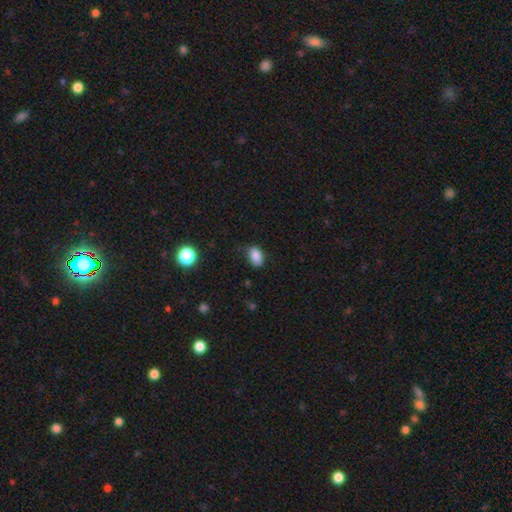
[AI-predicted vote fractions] This is clearly a smooth galaxy (85%). How rounded: clearly in between (87%). Merging: likely none (68%).